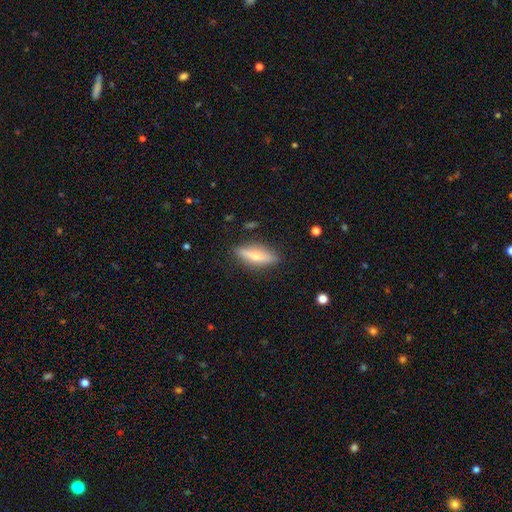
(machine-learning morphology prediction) Smooth or featured? smooth (49%)
Merging? none (84%)